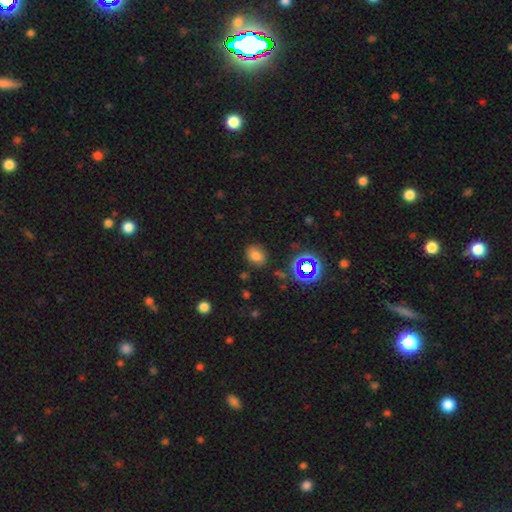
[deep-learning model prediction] smooth_or_featured: smooth (p=0.72) [alt: star or artifact p=0.20]
how_rounded: in between (p=0.57) [alt: round p=0.42]
merging: none (p=0.81) [alt: minor disturbance p=0.12]